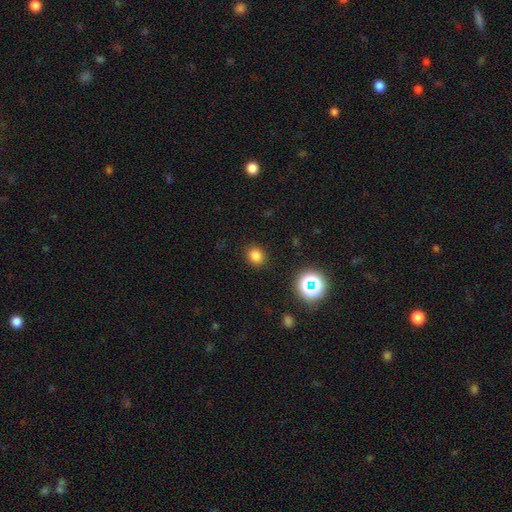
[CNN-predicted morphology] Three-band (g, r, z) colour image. It shows a smooth galaxy with no disk features (79%) that is round (69%). Merging: none (88%).